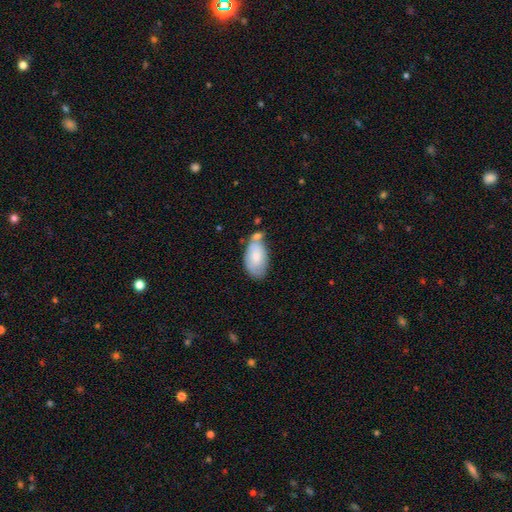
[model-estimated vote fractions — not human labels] The model was most divided on "merging": none: 40%, minor disturbance: 26%, merger: 25%, major disturbance: 8%. More confident: how rounded — in between (94%); smooth or featured — smooth (73%).